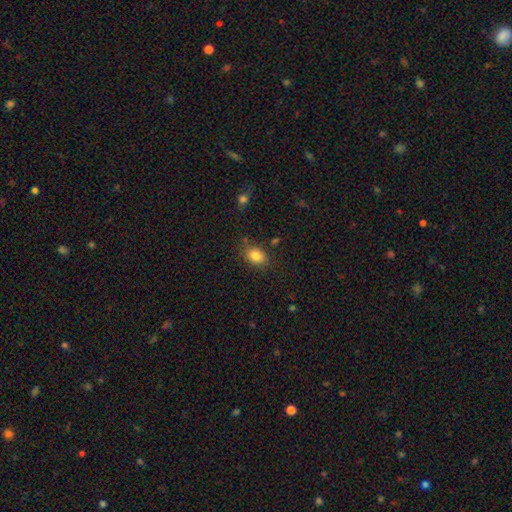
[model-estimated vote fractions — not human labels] The model was most divided on "how rounded": in between: 67%, round: 32%, cigar-shaped: 1%. More confident: smooth or featured — smooth (83%); merging — none (80%).